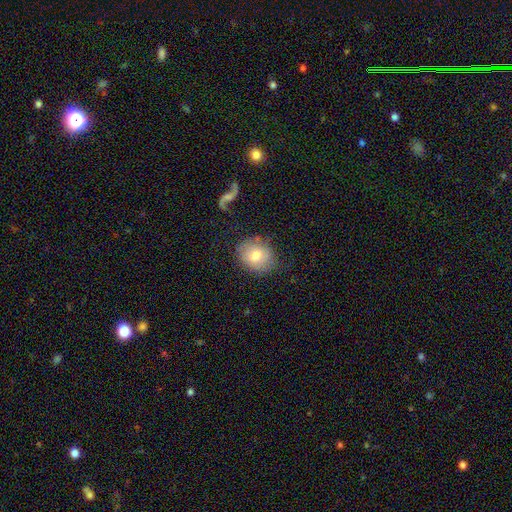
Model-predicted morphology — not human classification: Smooth or featured?
  - smooth: 72% *
  - featured or disk: 19%
  - star or artifact: 9%
How rounded?
  - round: 61% *
  - in between: 38%
  - cigar-shaped: 1%
Merging?
  - none: 74% *
  - minor disturbance: 17%
  - major disturbance: 6%
  - merger: 3%